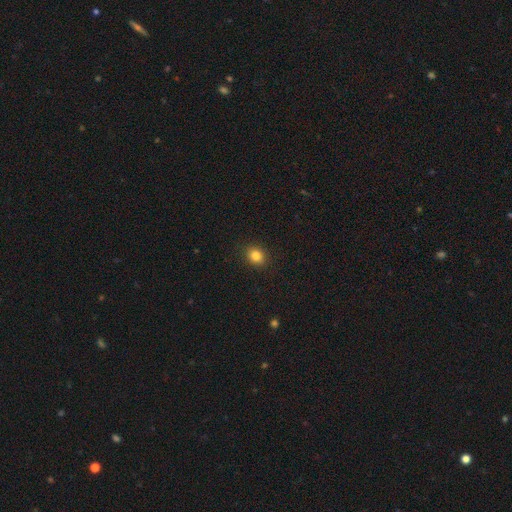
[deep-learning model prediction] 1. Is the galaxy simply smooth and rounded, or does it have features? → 83% smooth, 11% star or artifact, 5% featured or disk.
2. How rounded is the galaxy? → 67% round, 33% in between, 1% cigar-shaped.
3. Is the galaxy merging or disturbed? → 90% none, 7% minor disturbance, 2% major disturbance, 1% merger.